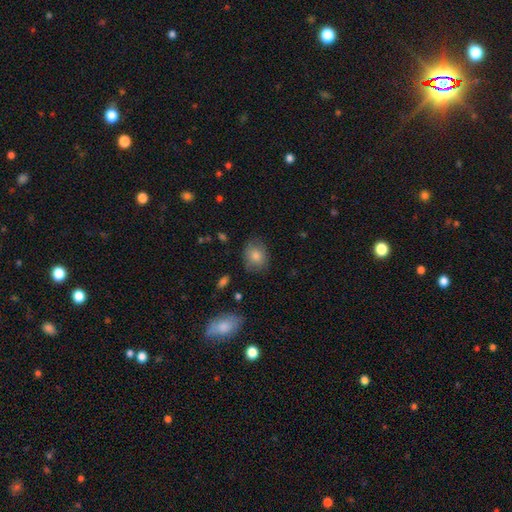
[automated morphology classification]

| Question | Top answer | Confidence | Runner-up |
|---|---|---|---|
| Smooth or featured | smooth | 82% | featured or disk (10%) |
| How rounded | round | 54% | in between (45%) |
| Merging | none | 76% | minor disturbance (18%) |